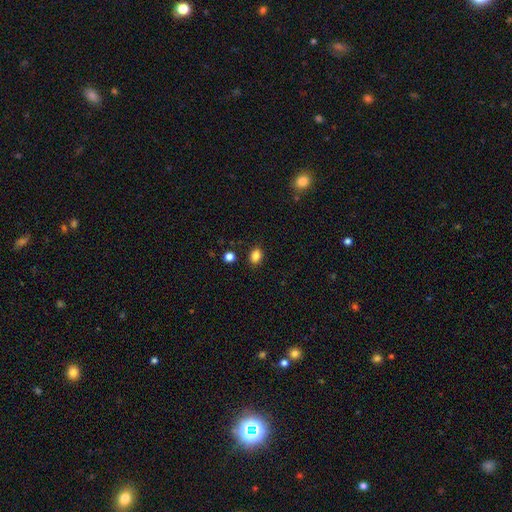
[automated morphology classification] Smooth or featured: smooth — 85% (star or artifact — 11%)
How rounded: in between — 68% (round — 31%)
Merging: none — 87% (minor disturbance — 9%)